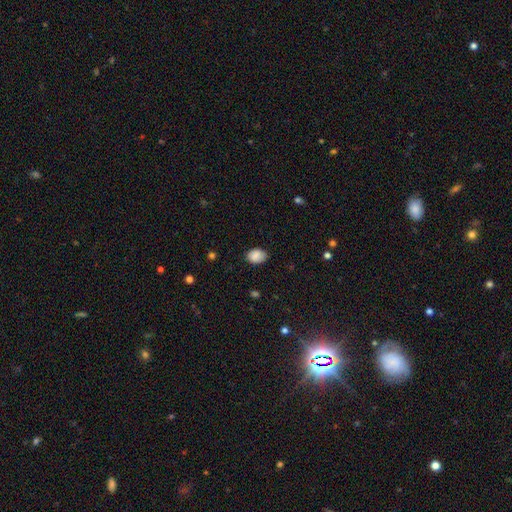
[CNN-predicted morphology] Smooth or featured? Predicted: smooth (p=0.87). How rounded? Predicted: in between (p=0.73). Merging? Predicted: none (p=0.78).